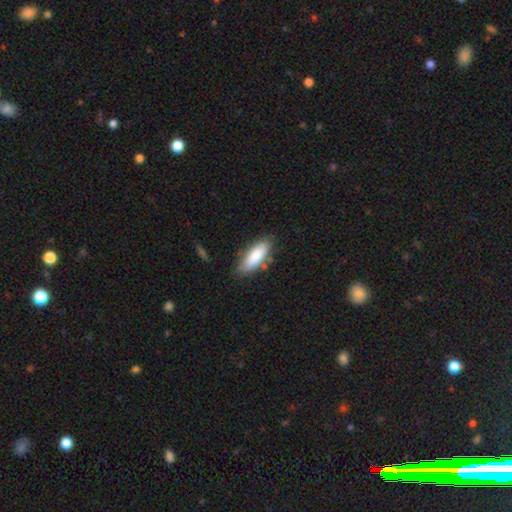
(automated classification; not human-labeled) The model was most divided on "how rounded": in between: 71%, cigar-shaped: 27%, round: 2%. More confident: smooth or featured — smooth (83%); merging — none (78%).